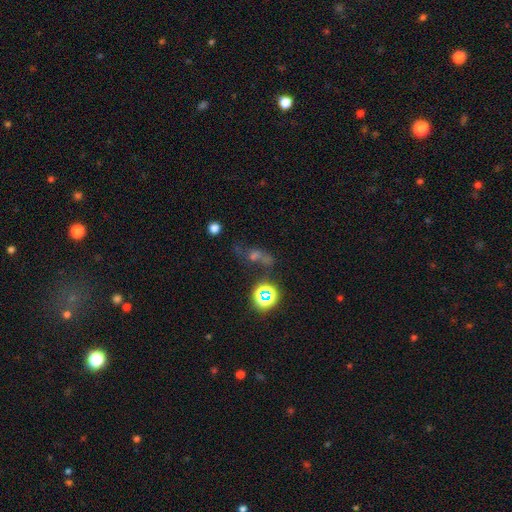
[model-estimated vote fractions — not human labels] Q: Smooth or featured?
A: star or artifact (44%); runner-up: featured or disk (29%)